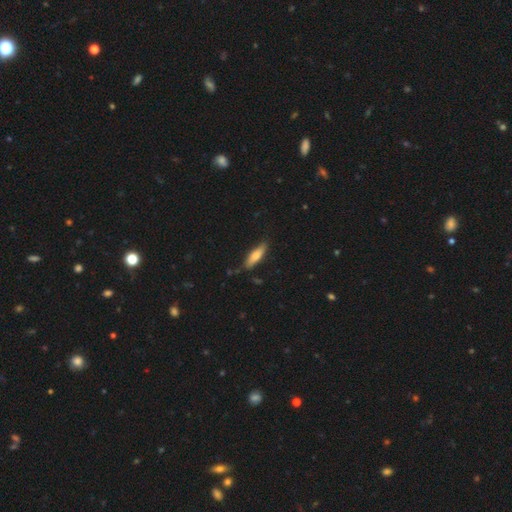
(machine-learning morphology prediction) A smooth galaxy with no disk features (73%) that is cigar-shaped (64%). Merging: none (80%).